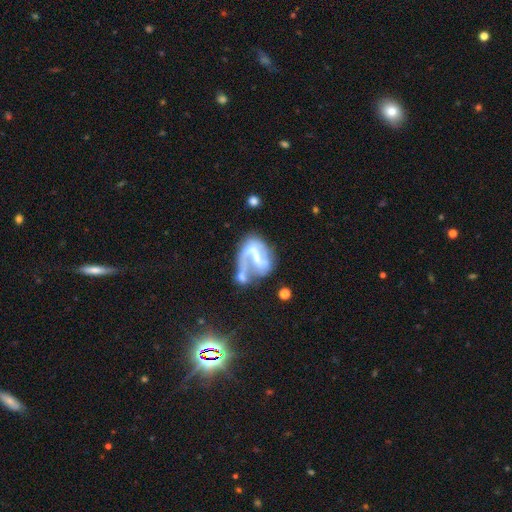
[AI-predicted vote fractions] featured or disk 80%, smooth 14%, star or artifact 7%. Down the decision tree: edge-on disk — no (97%); bar — weak (46%); spiral arms — yes (86%); spiral arm count — 2 (64%); spiral winding — loose (43%); bulge size — small (52%); merging — major disturbance (28%).